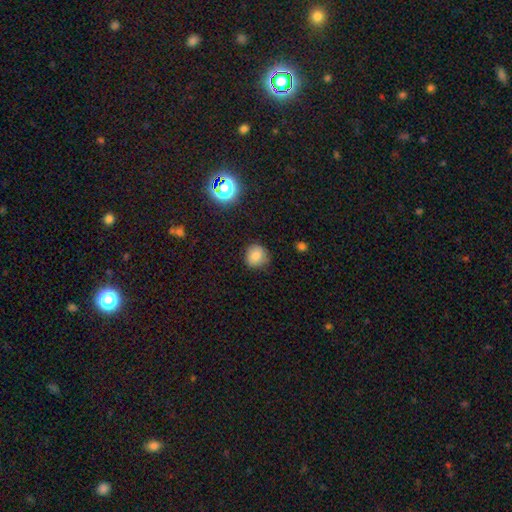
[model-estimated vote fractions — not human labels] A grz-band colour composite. It shows a smooth galaxy with no disk features (81%) that is round (88%). Merging: none (80%).